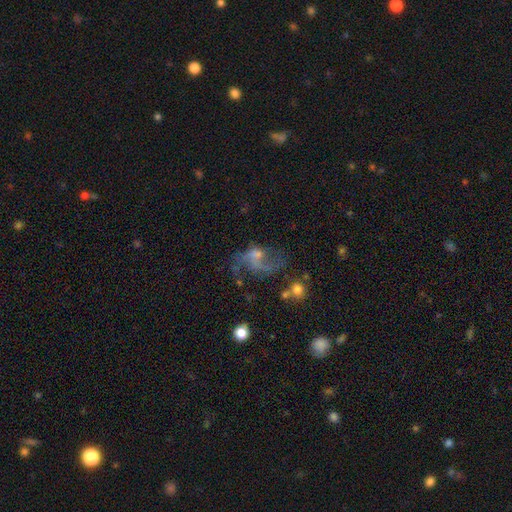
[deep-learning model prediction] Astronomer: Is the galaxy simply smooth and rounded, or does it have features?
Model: featured or disk — 63%.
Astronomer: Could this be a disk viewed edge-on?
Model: no — 97%.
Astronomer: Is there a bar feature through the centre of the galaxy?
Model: no — 66%.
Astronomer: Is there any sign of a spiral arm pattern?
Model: yes — 70%.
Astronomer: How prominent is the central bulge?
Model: small — 36% (runner-up: none, 30%).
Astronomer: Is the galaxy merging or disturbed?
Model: none — 37% (runner-up: major disturbance, 36%).